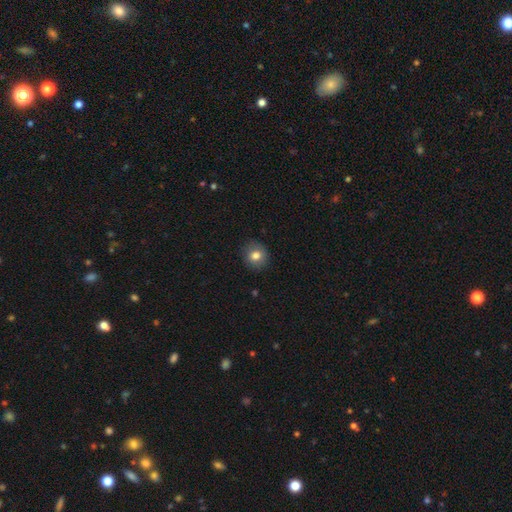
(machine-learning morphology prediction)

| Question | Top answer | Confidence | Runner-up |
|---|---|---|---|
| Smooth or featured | smooth | 80% | featured or disk (10%) |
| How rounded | round | 85% | in between (14%) |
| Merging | none | 87% | minor disturbance (9%) |